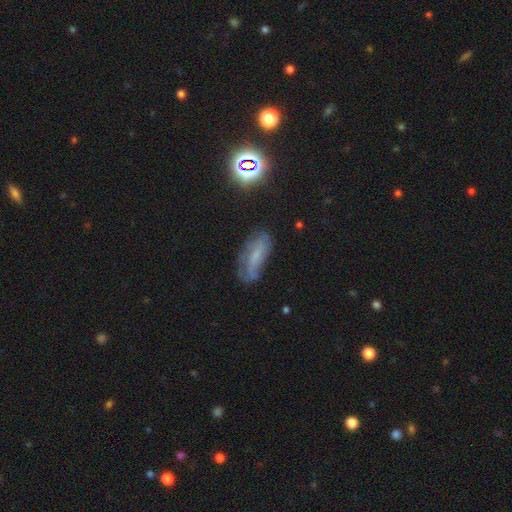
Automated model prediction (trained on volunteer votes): A featured or disk galaxy (41%, tied with smooth).

Vote fractions:
- Smooth or featured? featured or disk: 41% (tied) / smooth: 41% (tied) / star or artifact: 18%
- Merging? none: 54% / minor disturbance: 28% / major disturbance: 15% / merger: 3%